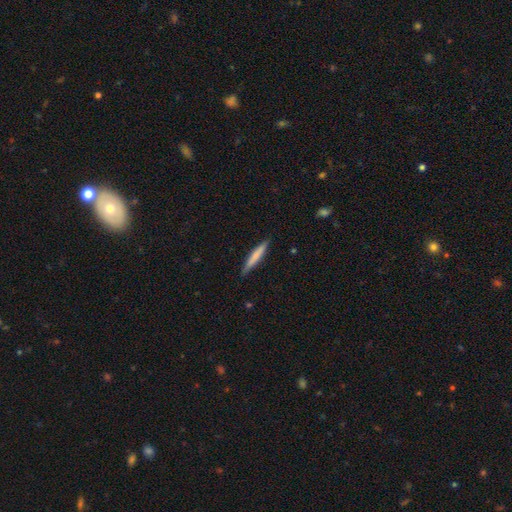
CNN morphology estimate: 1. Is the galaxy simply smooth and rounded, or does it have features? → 70% smooth, 25% featured or disk, 6% star or artifact.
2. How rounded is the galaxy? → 94% cigar-shaped, 5% in between, 1% round.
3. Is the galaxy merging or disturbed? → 87% none, 10% minor disturbance, 2% major disturbance, 1% merger.